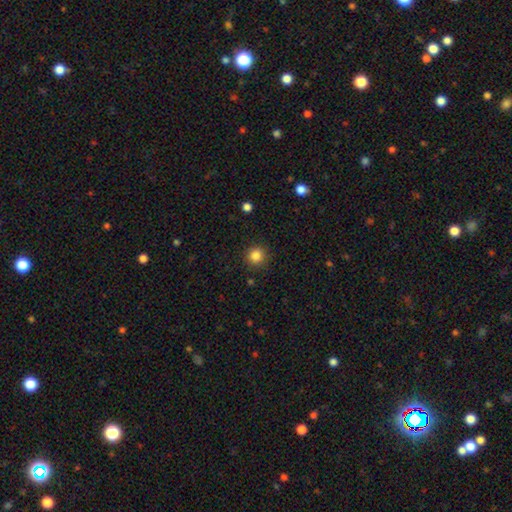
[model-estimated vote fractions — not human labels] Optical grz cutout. It shows a smooth galaxy with no disk features (85%) that is round (94%). Merging: none (89%).